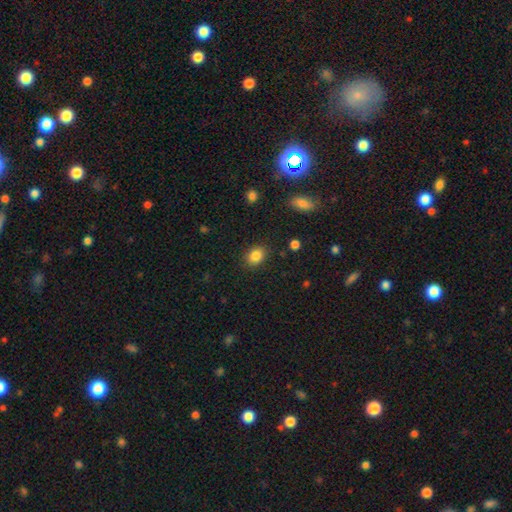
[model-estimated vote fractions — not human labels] A smooth galaxy with no disk features (85%) that is in between round and cigar-shaped (57%). Merging: none (86%).